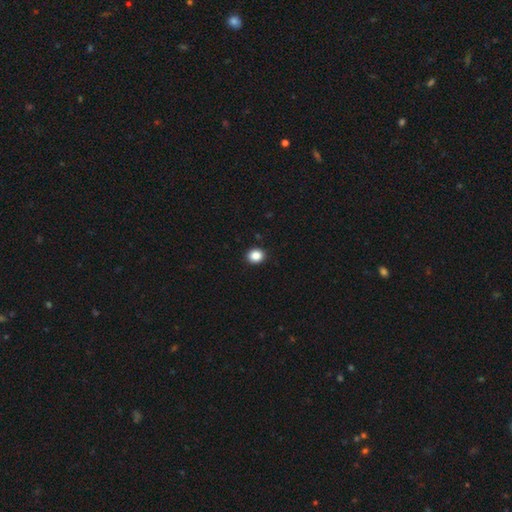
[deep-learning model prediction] smooth-or-featured: smooth: 87% | star or artifact: 10% | featured or disk: 3%
  how-rounded: round: 75% | in between: 24% | cigar-shaped: 1%
  merging: none: 92% | minor disturbance: 5% | major disturbance: 2% | merger: 1%